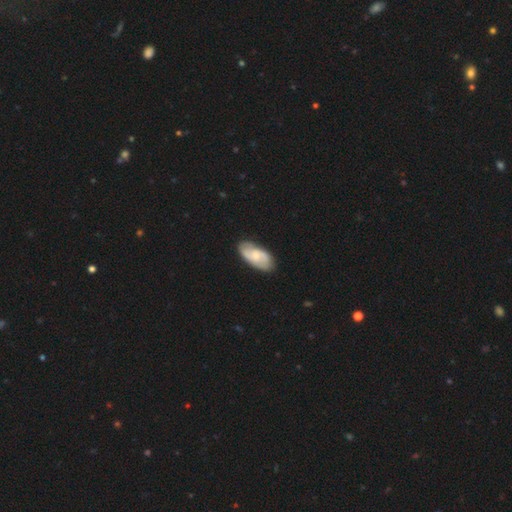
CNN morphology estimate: Q: Smooth or featured?
A: featured or disk (59%); runner-up: smooth (36%)
Q: Edge-on disk?
A: no (94%); runner-up: yes (6%)
Q: Bar?
A: no (59%); runner-up: weak (35%)
Q: Spiral arms?
A: yes (86%); runner-up: no (14%)
Q: Bulge size?
A: small (53%); runner-up: moderate (38%)
Q: Merging?
A: none (81%); runner-up: minor disturbance (15%)